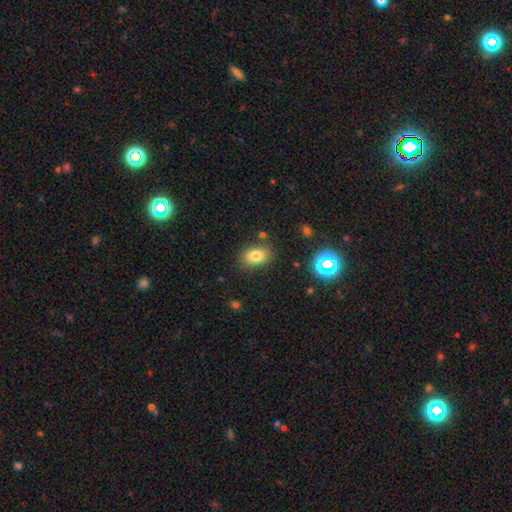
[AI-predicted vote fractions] Overall: smooth (79%). How rounded: in between (78%). Merging: none (81%).